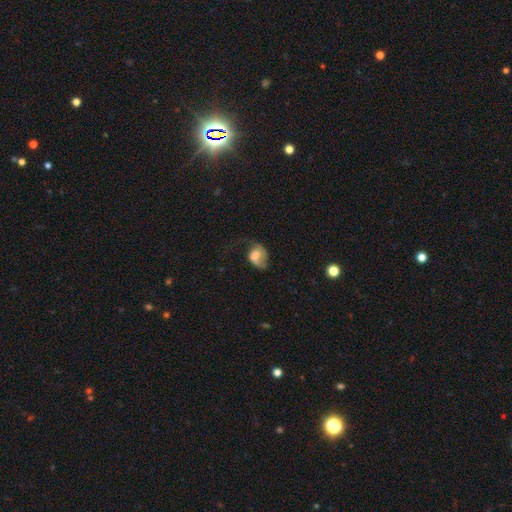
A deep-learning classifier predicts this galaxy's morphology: This appears to be a smooth galaxy with no disk features (57%) that is in between round and cigar-shaped (64%). Merging: major disturbance (42%).